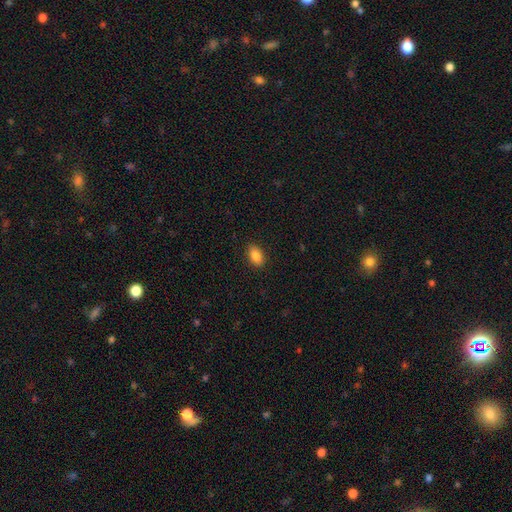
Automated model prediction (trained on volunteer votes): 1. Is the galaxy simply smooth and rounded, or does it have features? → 87% smooth, 8% star or artifact, 6% featured or disk.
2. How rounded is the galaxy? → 90% in between, 6% round, 3% cigar-shaped.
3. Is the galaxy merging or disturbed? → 89% none, 8% minor disturbance, 2% major disturbance, 1% merger.